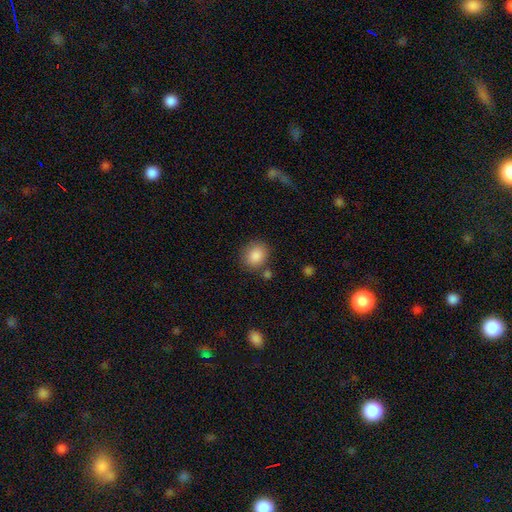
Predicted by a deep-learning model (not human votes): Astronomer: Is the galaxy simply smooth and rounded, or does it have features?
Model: smooth — 87%.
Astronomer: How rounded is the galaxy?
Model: round — 71%.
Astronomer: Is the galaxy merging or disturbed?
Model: none — 78%.